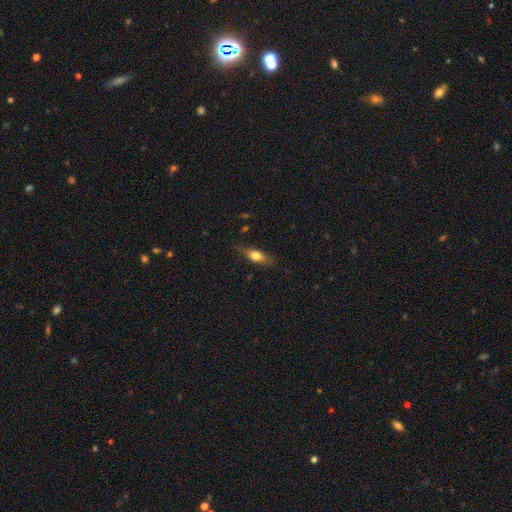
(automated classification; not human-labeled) Smooth or featured: smooth — 62% (featured or disk — 31%)
How rounded: in between — 59% (cigar-shaped — 36%)
Merging: none — 77% (minor disturbance — 18%)